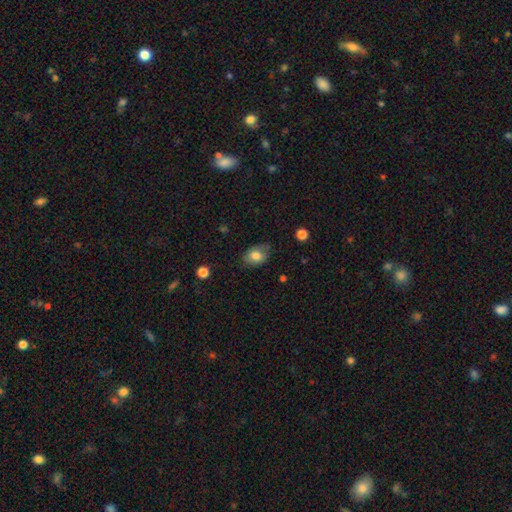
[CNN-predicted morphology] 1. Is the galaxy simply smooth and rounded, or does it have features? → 76% smooth, 16% featured or disk, 8% star or artifact.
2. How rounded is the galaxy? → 76% in between, 22% round, 1% cigar-shaped.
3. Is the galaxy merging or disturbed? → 66% none, 26% minor disturbance, 6% major disturbance, 1% merger.